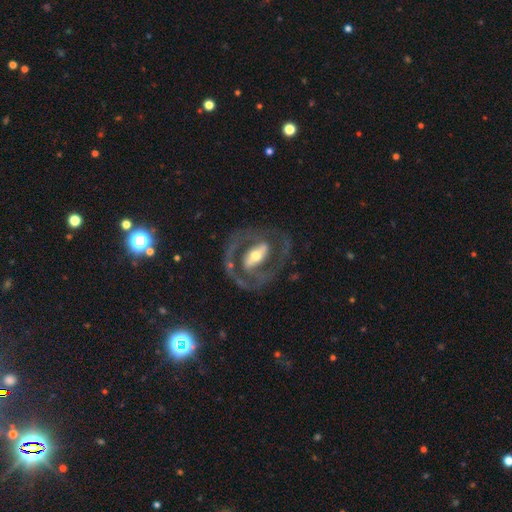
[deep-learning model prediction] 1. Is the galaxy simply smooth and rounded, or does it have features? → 83% featured or disk, 12% smooth, 5% star or artifact.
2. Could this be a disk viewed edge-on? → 93% no, 7% yes.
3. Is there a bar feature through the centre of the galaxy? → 59% strong, 23% weak, 17% no.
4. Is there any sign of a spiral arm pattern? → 71% yes, 29% no.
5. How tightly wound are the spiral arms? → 46% medium, 39% tight, 15% loose.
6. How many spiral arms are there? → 79% 2, 9% can't tell, 8% 1, 2% 3, 1% 4, 1% more than 4.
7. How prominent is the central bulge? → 62% moderate, 24% small, 11% large, 2% dominant, 1% none.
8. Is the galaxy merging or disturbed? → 71% none, 13% minor disturbance, 13% major disturbance, 2% merger.